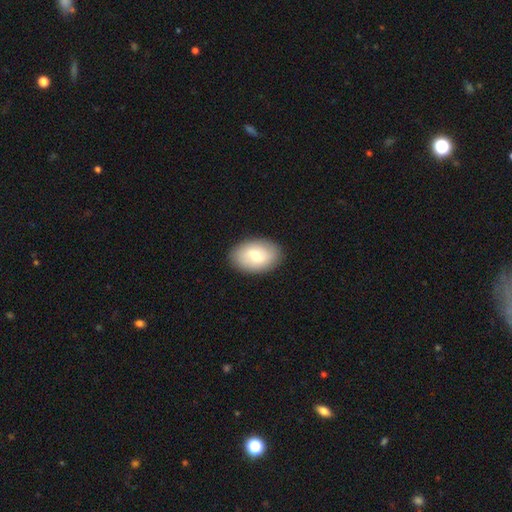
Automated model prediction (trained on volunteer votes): Smooth or featured? smooth (62%)
How rounded? in between (87%)
Merging? none (88%)